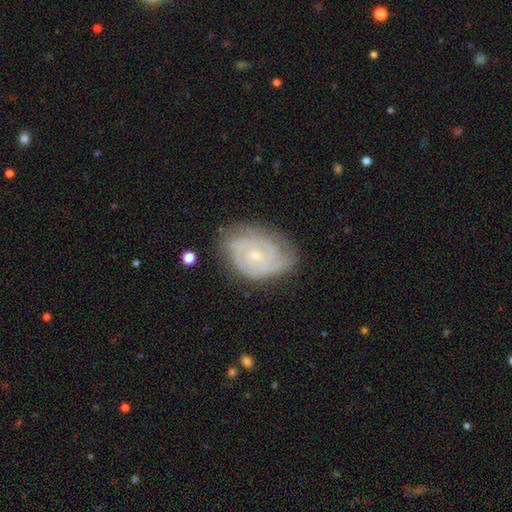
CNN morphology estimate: smooth-or-featured: featured or disk: 83% | smooth: 11% | star or artifact: 6%
  disk-edge-on: no: 97% | yes: 3%
    bar: no: 72% | weak: 24% | strong: 4%
    has-spiral-arms: yes: 95% | no: 5%
      spiral-winding: tight: 70% | medium: 25% | loose: 5%
      spiral-arm-count: 2: 35% | can't tell: 25% | 3: 24% | 4: 7% | 1: 5% | more than 4: 4%
    bulge-size: small: 72% | moderate: 25% | none: 2% | large: 1% | dominant: 1%
  merging: none: 73% | minor disturbance: 21% | major disturbance: 6% | merger: 1%